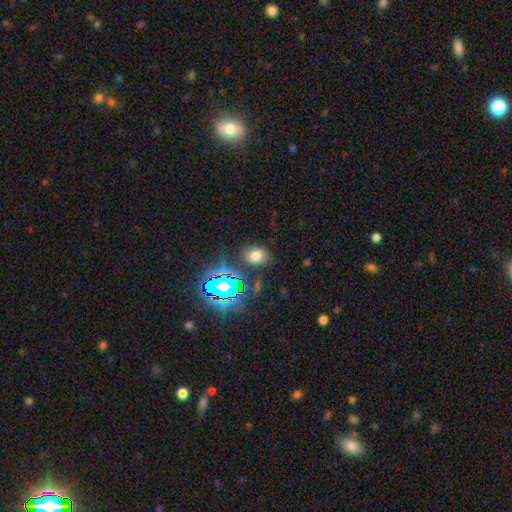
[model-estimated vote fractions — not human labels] smooth 65%, star or artifact 25%, featured or disk 9%. Down the decision tree: how rounded — in between (64%); merging — none (79%).